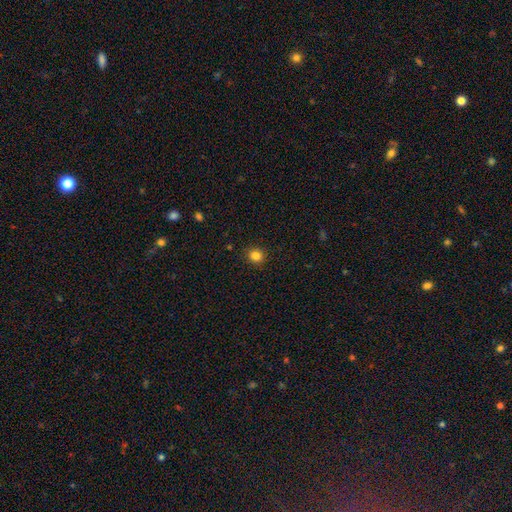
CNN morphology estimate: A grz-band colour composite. It shows a smooth galaxy with no disk features (83%) that is round (90%). Merging: none (91%).